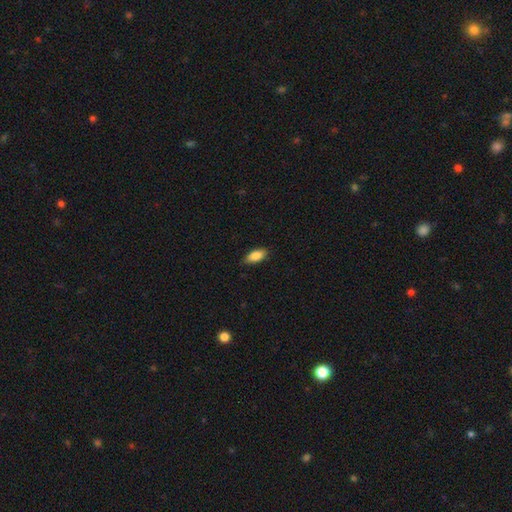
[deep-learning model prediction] A smooth galaxy with no disk features (86%) that is in between round and cigar-shaped (88%).

Vote fractions:
- Smooth or featured? smooth: 86% / featured or disk: 7% / star or artifact: 7%
- How rounded? in between: 88% / cigar-shaped: 10% / round: 2%
- Merging? none: 85% / minor disturbance: 12% / major disturbance: 2% / merger: 1%